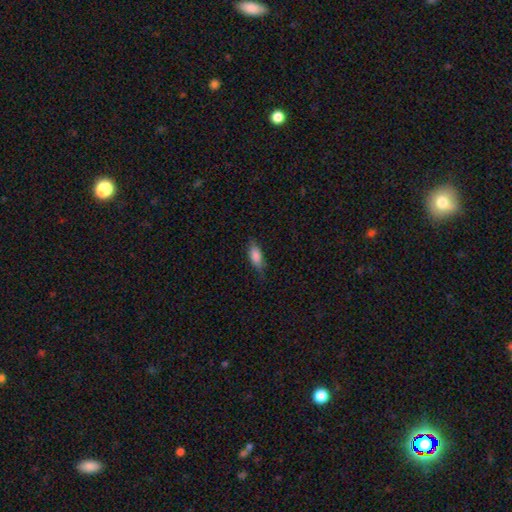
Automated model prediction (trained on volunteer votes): Morphology: type=smooth (82%); roundness=in between (76%); merging=none (72%).